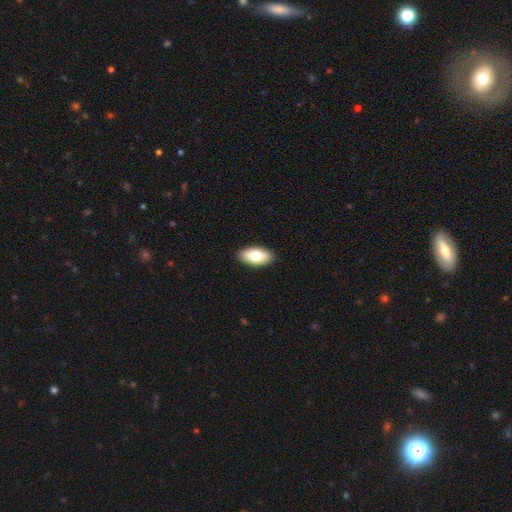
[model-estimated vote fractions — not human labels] smooth-or-featured: smooth: 79% | featured or disk: 15% | star or artifact: 6%
  how-rounded: in between: 93% | cigar-shaped: 5% | round: 3%
  merging: none: 90% | minor disturbance: 7% | major disturbance: 2% | merger: 1%